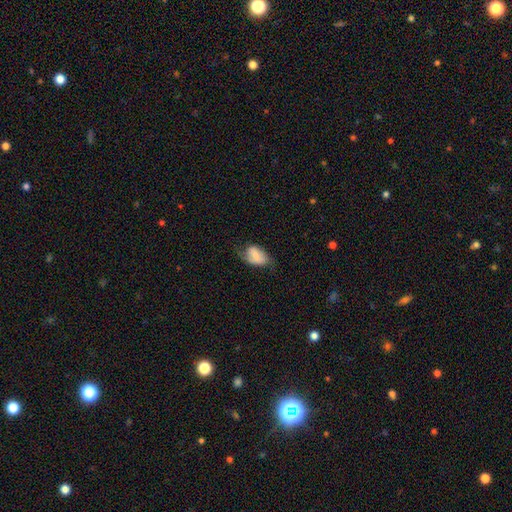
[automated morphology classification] This appears to be a smooth galaxy with no disk features (60%) that is in between round and cigar-shaped (88%). Merging: none (43%).